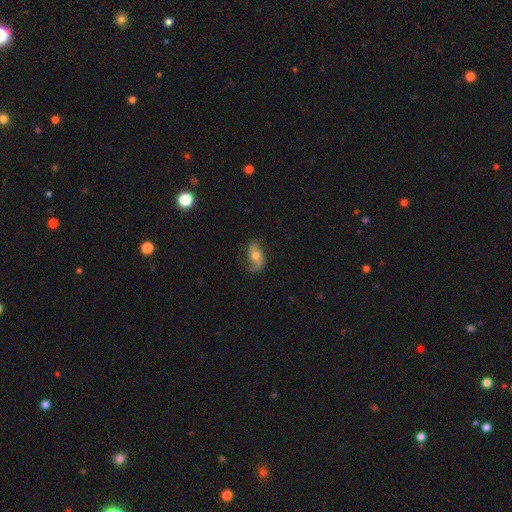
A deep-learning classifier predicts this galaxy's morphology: smooth 53%, featured or disk 40%, star or artifact 8%. Down the decision tree: how rounded — in between (87%); merging — none (63%).